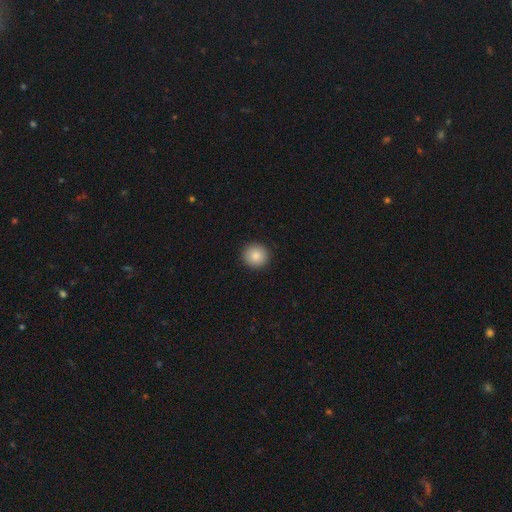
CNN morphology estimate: A smooth galaxy with no disk features (87%) that is round (93%). Merging: none (92%).